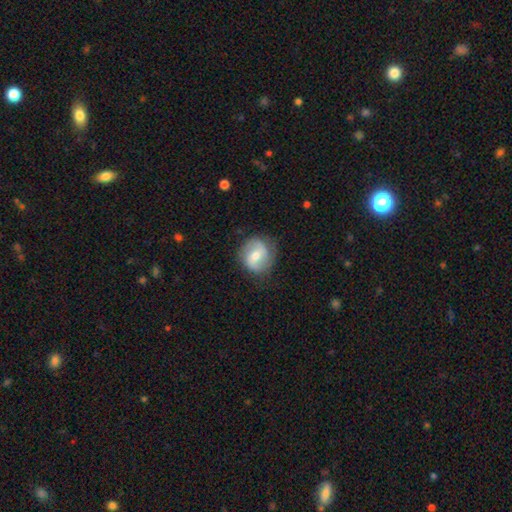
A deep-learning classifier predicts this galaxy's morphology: smooth-or-featured: featured or disk: 49% | smooth: 45% | star or artifact: 7%
  merging: none: 77% | minor disturbance: 16% | major disturbance: 6% | merger: 1%